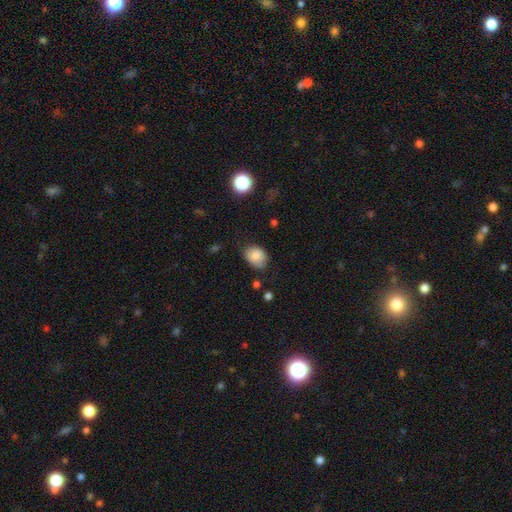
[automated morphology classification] Smooth or featured? smooth (83%)
How rounded? in between (64%)
Merging? none (61%)